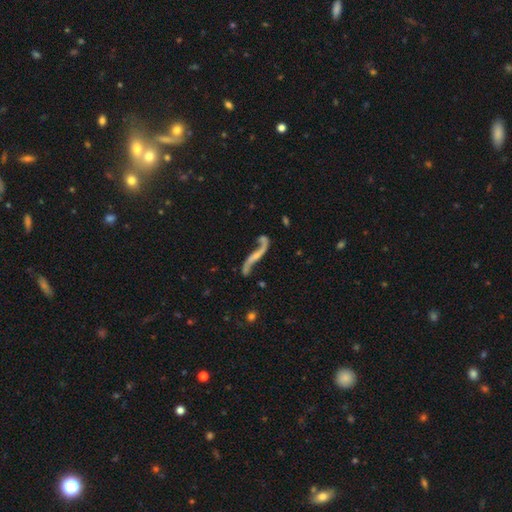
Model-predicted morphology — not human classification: Smooth or featured?
  - featured or disk: 84% *
  - smooth: 10%
  - star or artifact: 6%
Edge-on disk?
  - no: 78% *
  - yes: 22%
Bar?
  - no: 50% *
  - weak: 28%
  - strong: 22%
Spiral arms?
  - yes: 91% *
  - no: 9%
Spiral winding?
  - loose: 93% *
  - medium: 5%
  - tight: 2%
Spiral arm count?
  - 2: 90% *
  - 1: 5%
  - can't tell: 2%
  - 3: 1%
  - 4: 1%
  - more than 4: 1%
Bulge size?
  - small: 49% *
  - none: 32%
  - moderate: 15%
  - large: 2%
  - dominant: 2%
Merging?
  - none: 59% *
  - minor disturbance: 19%
  - major disturbance: 12%
  - merger: 9%